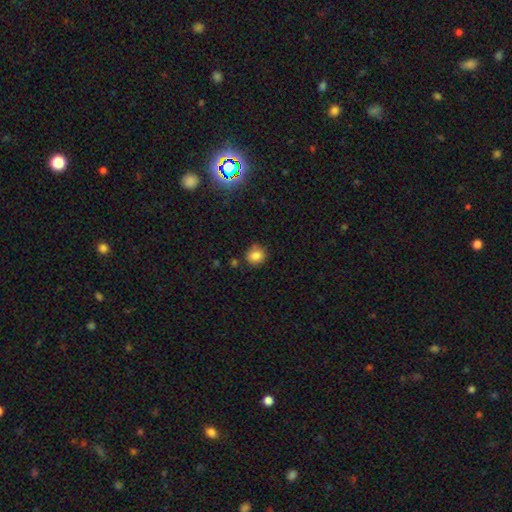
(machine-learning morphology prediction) Smooth or featured: smooth — 83% (star or artifact — 11%)
How rounded: round — 78% (in between — 21%)
Merging: none — 76% (minor disturbance — 16%)